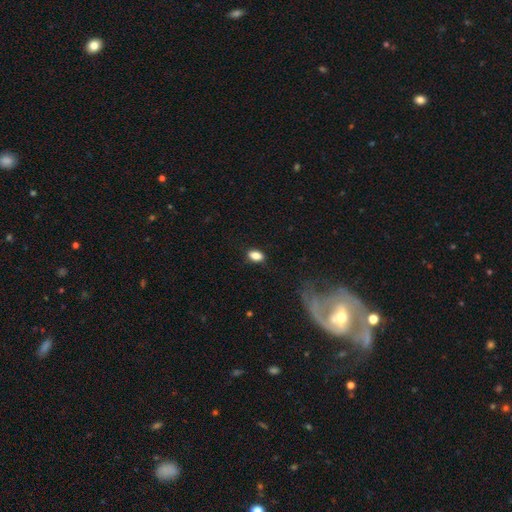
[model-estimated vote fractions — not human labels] This is clearly a smooth galaxy (84%). How rounded: clearly in between (88%). Merging: clearly none (83%).